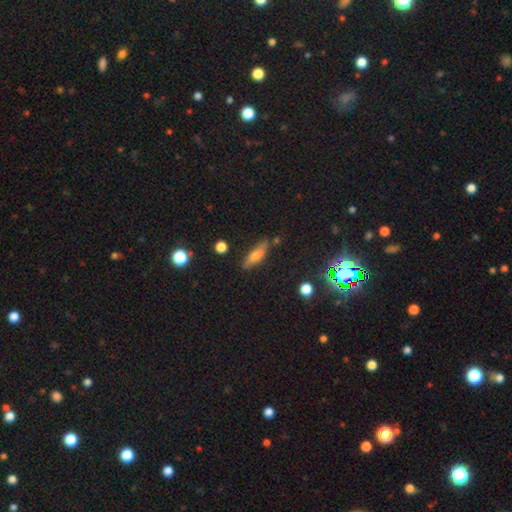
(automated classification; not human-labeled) Smooth or featured? smooth (58%)
How rounded? cigar-shaped (56%)
Merging? none (77%)